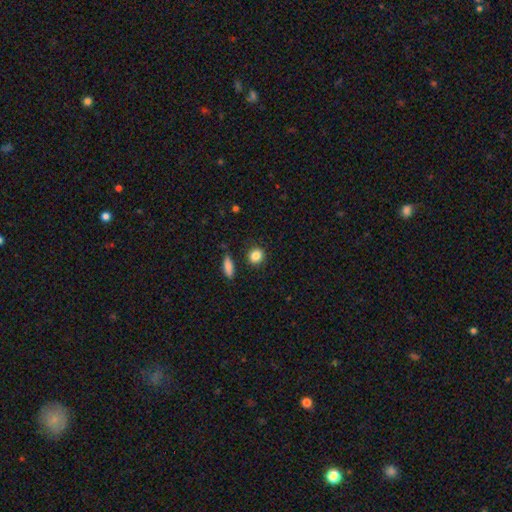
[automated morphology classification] Overall: smooth (86%). How rounded: round (75%). Merging: none (86%).